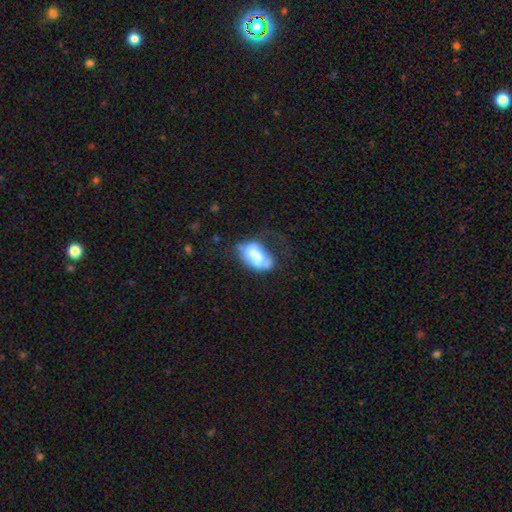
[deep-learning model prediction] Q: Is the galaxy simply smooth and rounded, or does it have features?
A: smooth — 61%.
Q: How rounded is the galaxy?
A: in between — 90%.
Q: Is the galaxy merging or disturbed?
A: major disturbance — 39%.